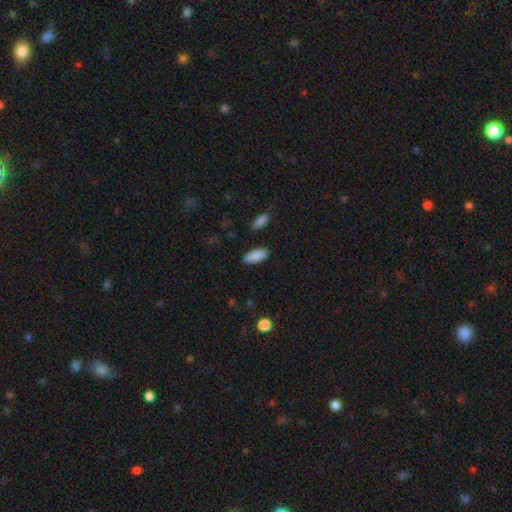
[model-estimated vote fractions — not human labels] Smooth or featured? smooth (88%)
How rounded? in between (85%)
Merging? none (87%)